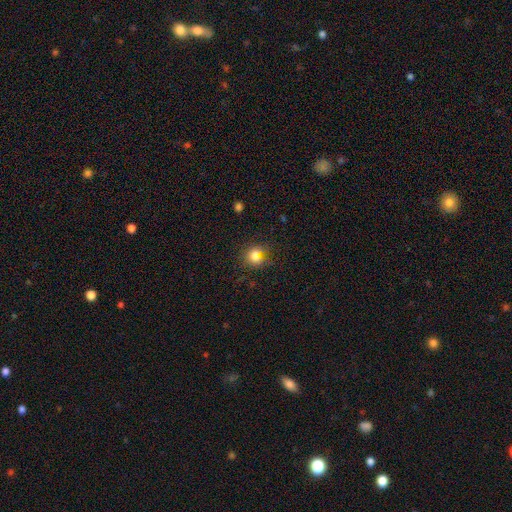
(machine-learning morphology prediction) The model was most divided on "merging": none: 61%, minor disturbance: 17%, merger: 15%, major disturbance: 7%. More confident: smooth or featured — smooth (74%); how rounded — round (72%).